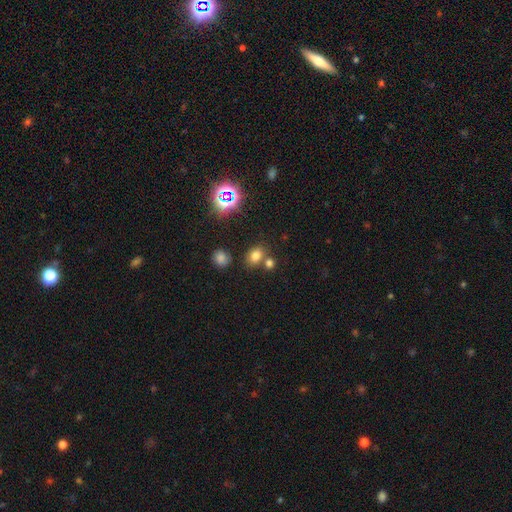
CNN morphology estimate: A smooth galaxy with no disk features (70%) that is in between round and cigar-shaped (57%).

Vote fractions:
- Smooth or featured? smooth: 70% / star or artifact: 22% / featured or disk: 8%
- How rounded? in between: 57% / round: 42% / cigar-shaped: 1%
- Merging? none: 62% / merger: 23% / minor disturbance: 10% / major disturbance: 4%